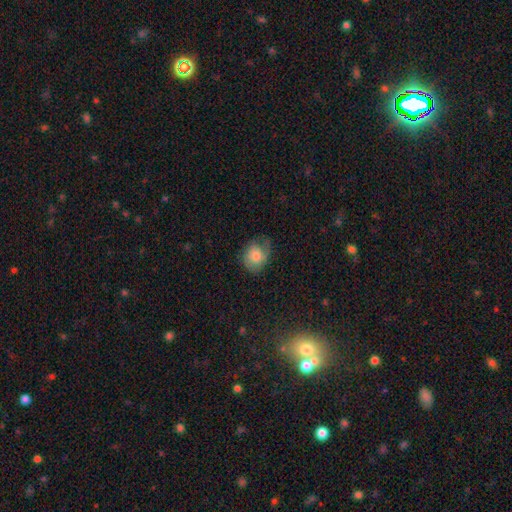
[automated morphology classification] Smooth or featured?
  - smooth: 55% *
  - featured or disk: 36%
  - star or artifact: 8%
How rounded?
  - round: 52% *
  - in between: 47%
  - cigar-shaped: 1%
Merging?
  - none: 53% *
  - minor disturbance: 30%
  - major disturbance: 16%
  - merger: 1%